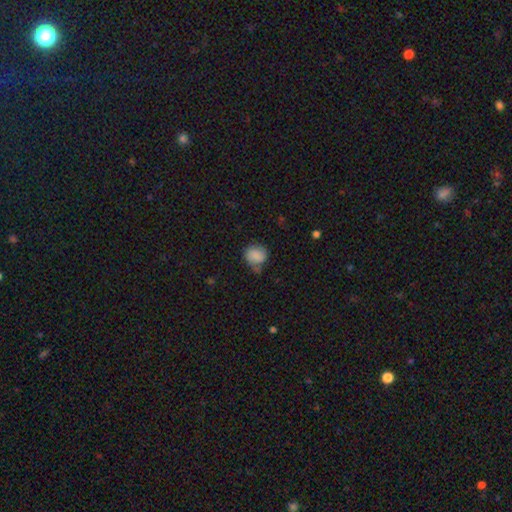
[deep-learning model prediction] Smooth or featured?
  - smooth: 82% *
  - featured or disk: 9%
  - star or artifact: 9%
How rounded?
  - round: 70% *
  - in between: 29%
  - cigar-shaped: 1%
Merging?
  - none: 56% *
  - minor disturbance: 28%
  - major disturbance: 10%
  - merger: 7%